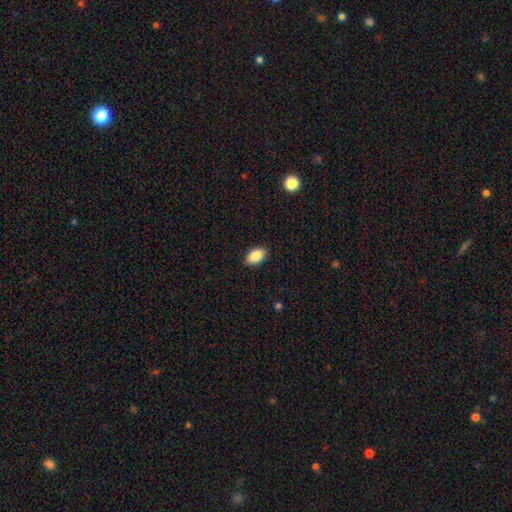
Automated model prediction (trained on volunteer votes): This is clearly a smooth galaxy (88%). How rounded: clearly in between (92%). Merging: clearly none (89%).